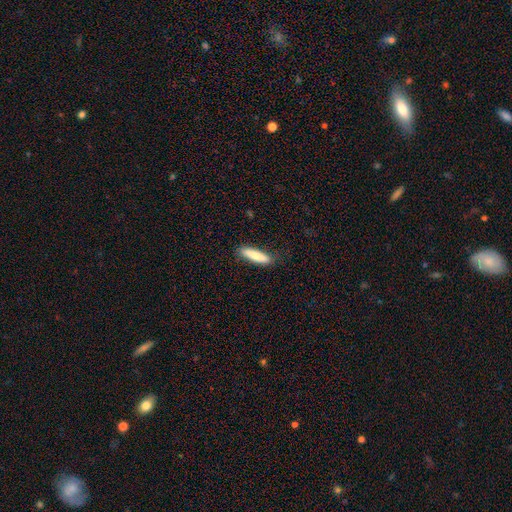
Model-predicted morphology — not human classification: smooth_or_featured: smooth (p=0.77) [alt: featured or disk p=0.17]
how_rounded: cigar-shaped (p=0.75) [alt: in between p=0.23]
merging: none (p=0.84) [alt: minor disturbance p=0.12]